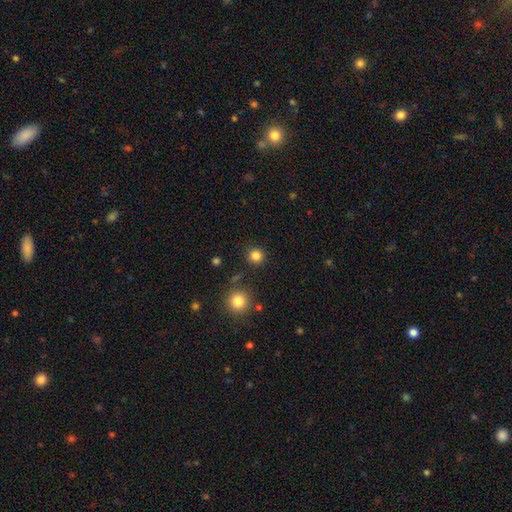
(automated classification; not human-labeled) This is clearly a smooth galaxy (84%). How rounded: clearly round (93%). Merging: clearly none (88%).